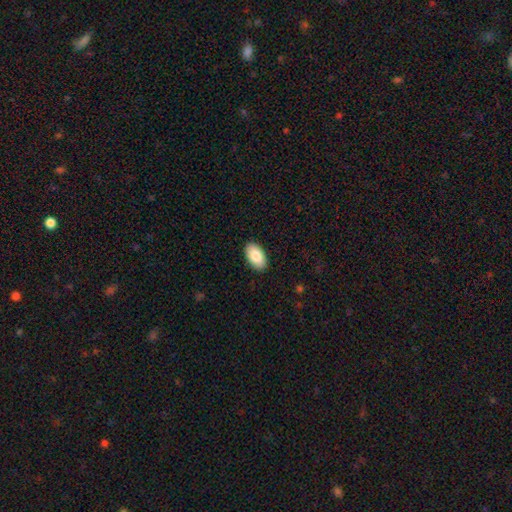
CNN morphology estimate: A smooth galaxy with no disk features (85%) that is in between round and cigar-shaped (95%). Merging: none (90%).